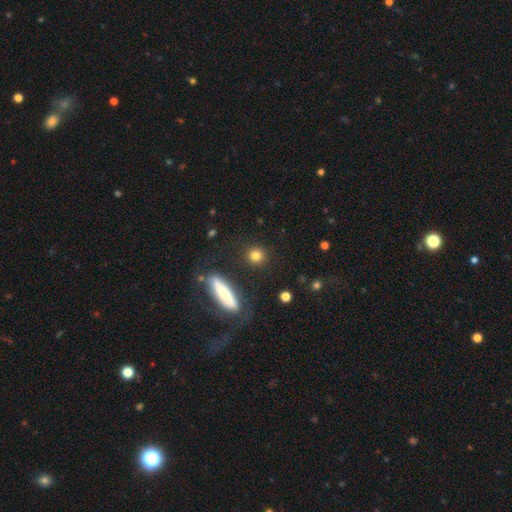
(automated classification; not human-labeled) This is clearly a smooth galaxy (82%). How rounded: clearly round (86%). Merging: clearly none (87%).